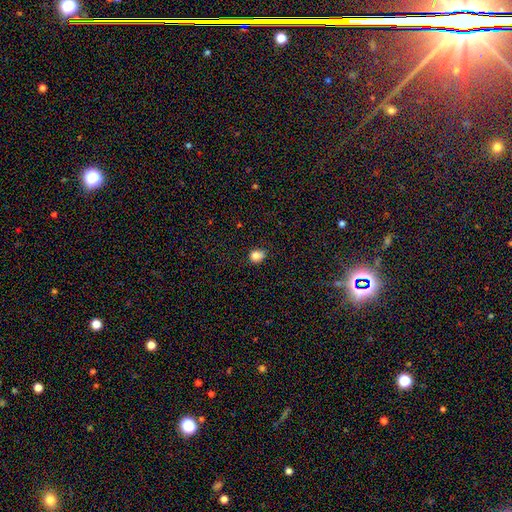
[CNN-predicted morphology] smooth-or-featured: smooth: 84% | star or artifact: 11% | featured or disk: 5%
  how-rounded: round: 63% | in between: 36% | cigar-shaped: 1%
  merging: none: 69% | minor disturbance: 24% | major disturbance: 5% | merger: 2%